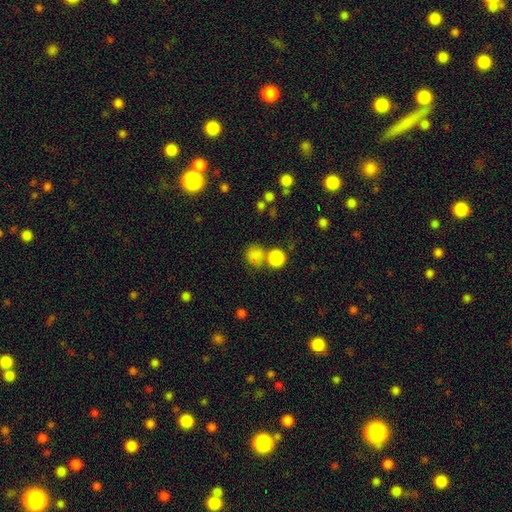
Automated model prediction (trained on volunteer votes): A smooth galaxy with no disk features (76%) that is round (82%). Merging: none (56%).